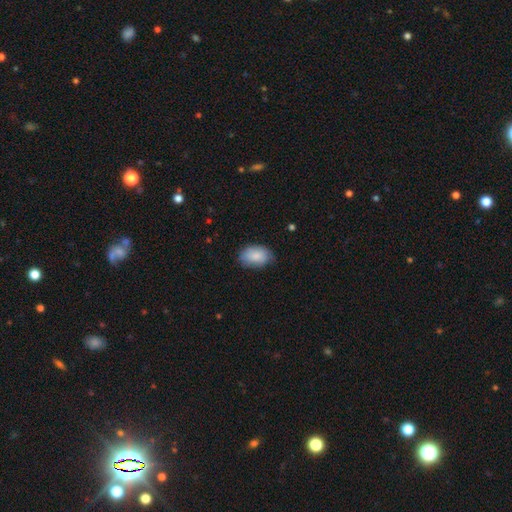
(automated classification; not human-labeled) Morphology: type=smooth (85%); roundness=in between (89%); merging=none (73%).